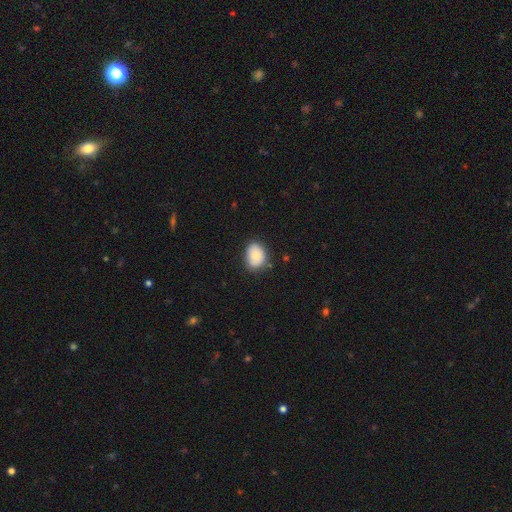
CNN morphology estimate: A smooth galaxy with no disk features (81%) that is in between round and cigar-shaped (69%). Merging: none (74%).